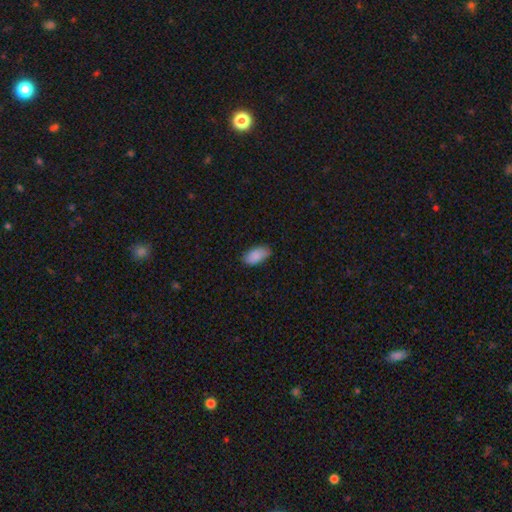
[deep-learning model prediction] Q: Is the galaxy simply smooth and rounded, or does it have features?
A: smooth — 88%.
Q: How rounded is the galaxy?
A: in between — 94%.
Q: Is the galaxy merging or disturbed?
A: none — 81%.